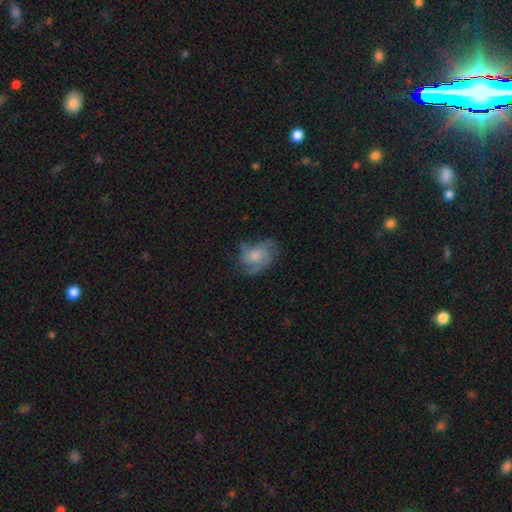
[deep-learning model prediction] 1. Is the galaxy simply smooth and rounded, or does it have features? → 60% featured or disk, 31% smooth, 9% star or artifact.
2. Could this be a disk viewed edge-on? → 97% no, 3% yes.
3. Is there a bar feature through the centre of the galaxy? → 78% no, 20% weak, 2% strong.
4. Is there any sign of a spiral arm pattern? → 81% yes, 19% no.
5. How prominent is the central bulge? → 48% moderate, 30% small, 11% none, 10% large, 2% dominant.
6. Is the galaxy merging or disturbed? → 54% none, 24% minor disturbance, 20% major disturbance, 2% merger.